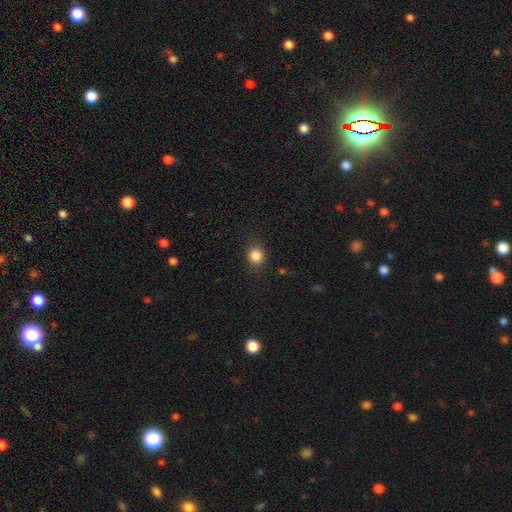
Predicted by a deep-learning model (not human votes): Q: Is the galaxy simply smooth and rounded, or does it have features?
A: smooth — 85%.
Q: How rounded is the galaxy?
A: round — 83%.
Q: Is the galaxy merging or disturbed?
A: none — 86%.